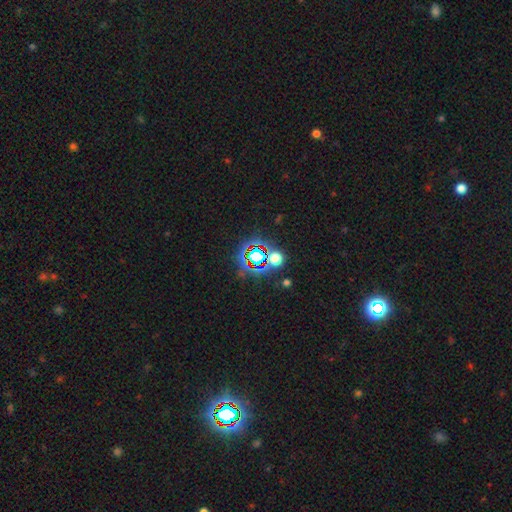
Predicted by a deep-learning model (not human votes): Q: Smooth or featured?
A: star or artifact (69%); runner-up: smooth (21%)